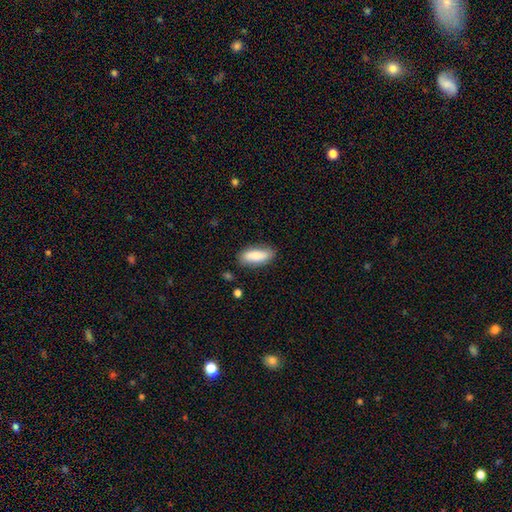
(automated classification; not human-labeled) smooth-or-featured: smooth: 78% | featured or disk: 16% | star or artifact: 6%
  how-rounded: in between: 76% | cigar-shaped: 22% | round: 2%
  merging: none: 81% | minor disturbance: 14% | major disturbance: 3% | merger: 2%